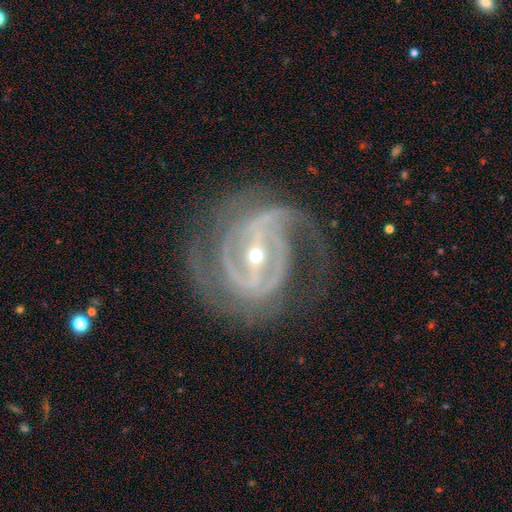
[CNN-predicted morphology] featured or disk 91%, star or artifact 5%, smooth 3%. Down the decision tree: edge-on disk — no (96%); bar — strong (64%); spiral arms — yes (97%); spiral arm count — 2 (43%); spiral winding — tight (48%); bulge size — small (59%); merging — none (67%).